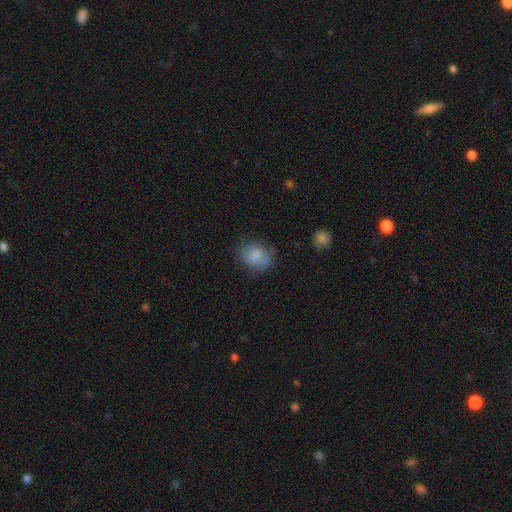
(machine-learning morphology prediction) Overall: smooth (78%). How rounded: round (58%; in between 41%). Merging: none (65%).